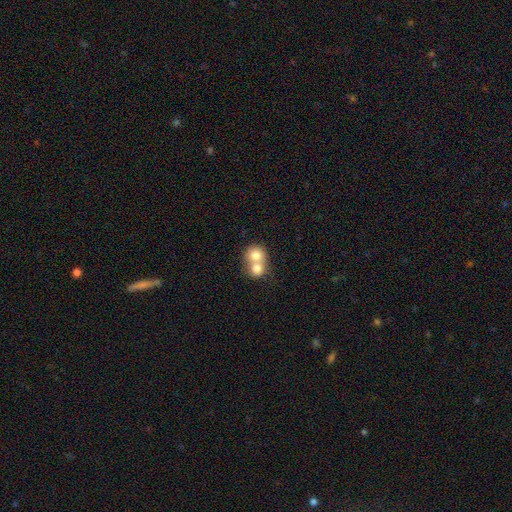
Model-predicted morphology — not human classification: smooth_or_featured: smooth (p=0.74) [alt: featured or disk p=0.18]
how_rounded: round (p=0.76) [alt: in between p=0.23]
merging: merger (p=0.72) [alt: none p=0.21]